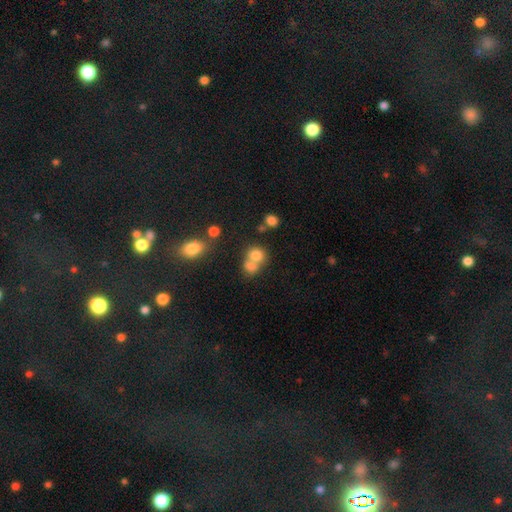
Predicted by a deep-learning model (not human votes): A smooth galaxy with no disk features (76%) that is round (71%).

Vote fractions:
- Smooth or featured? smooth: 76% / star or artifact: 12% / featured or disk: 12%
- How rounded? round: 71% / in between: 28% / cigar-shaped: 1%
- Merging? merger: 54% / none: 35% / minor disturbance: 7% / major disturbance: 4%